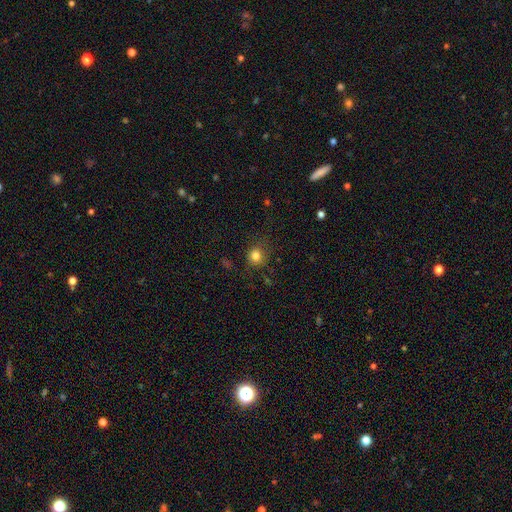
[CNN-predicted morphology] Q: Smooth or featured?
A: smooth (81%); runner-up: star or artifact (13%)
Q: How rounded?
A: round (87%); runner-up: in between (12%)
Q: Merging?
A: none (79%); runner-up: minor disturbance (14%)